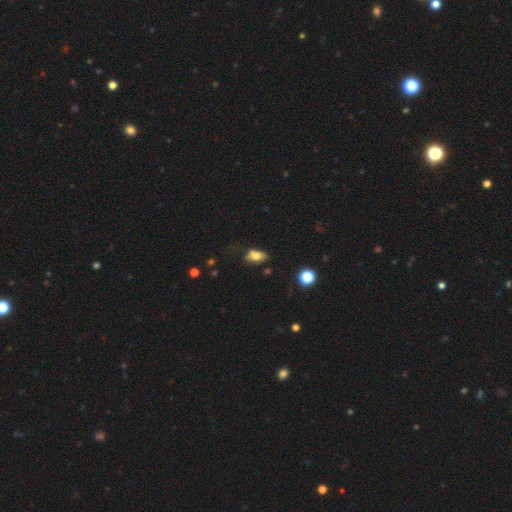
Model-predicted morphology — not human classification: Smooth or featured? Predicted: smooth (p=0.72). How rounded? Predicted: in between (p=0.86). Merging? Predicted: none (p=0.51).